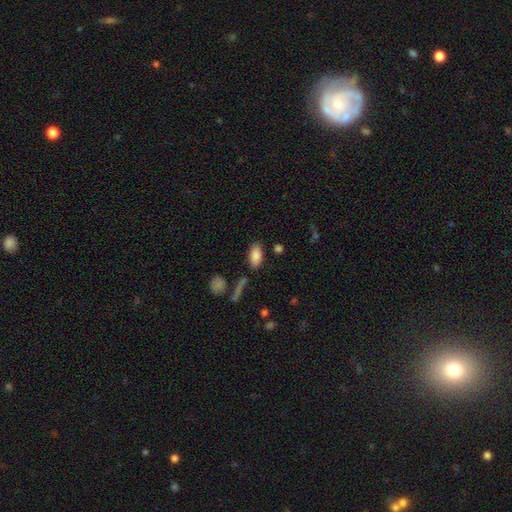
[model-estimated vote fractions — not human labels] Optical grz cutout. It shows a smooth galaxy with no disk features (86%) that is in between round and cigar-shaped (92%). Merging: none (81%).